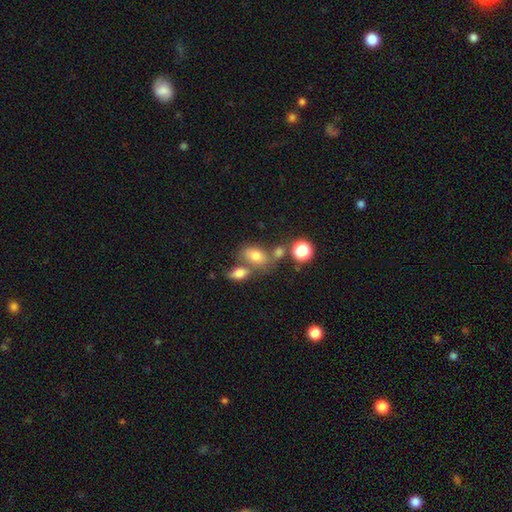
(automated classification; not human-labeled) Q: Smooth or featured?
A: smooth (73%); runner-up: featured or disk (13%)
Q: How rounded?
A: in between (78%); runner-up: round (20%)
Q: Merging?
A: none (51%); runner-up: merger (30%)